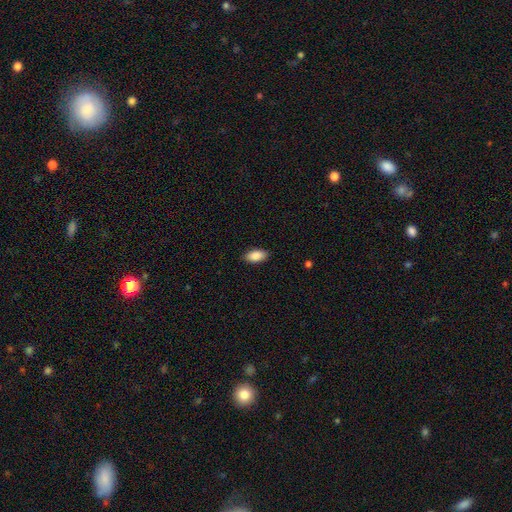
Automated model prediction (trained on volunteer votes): Q: Smooth or featured?
A: smooth (88%); runner-up: star or artifact (7%)
Q: How rounded?
A: in between (93%); runner-up: cigar-shaped (4%)
Q: Merging?
A: none (89%); runner-up: minor disturbance (8%)